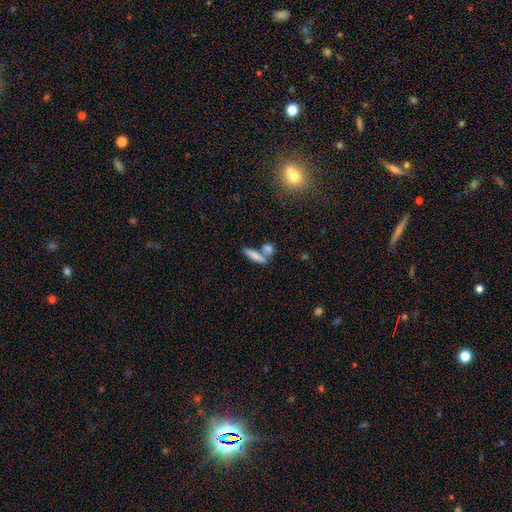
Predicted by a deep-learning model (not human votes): Morphology: type=smooth (75%); roundness=cigar-shaped (63%); merging=none (52%).